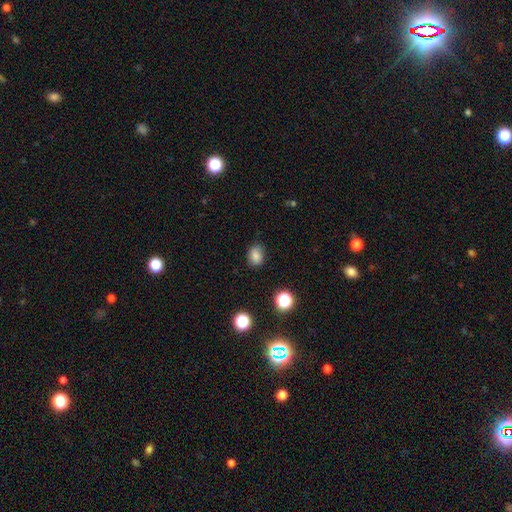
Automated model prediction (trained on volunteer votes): Morphology: type=smooth (82%); roundness=in between (63%); merging=none (80%).